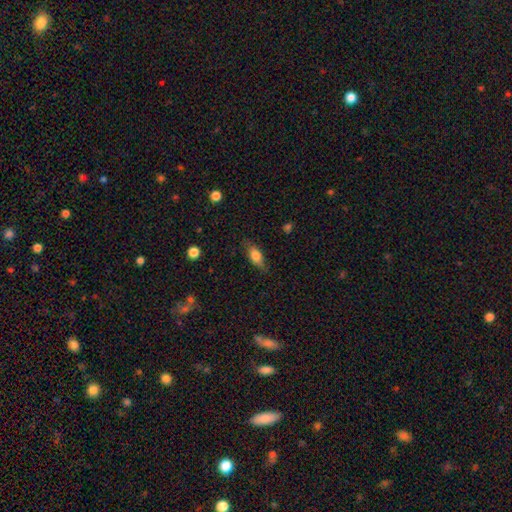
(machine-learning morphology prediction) This is likely a smooth galaxy (74%). How rounded: likely in between (76%). Merging: likely none (76%).